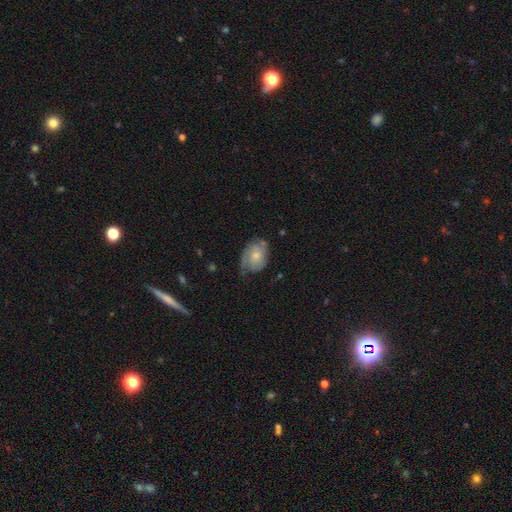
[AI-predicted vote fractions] Morphology: type=featured or disk (49%); merging=none (50%).